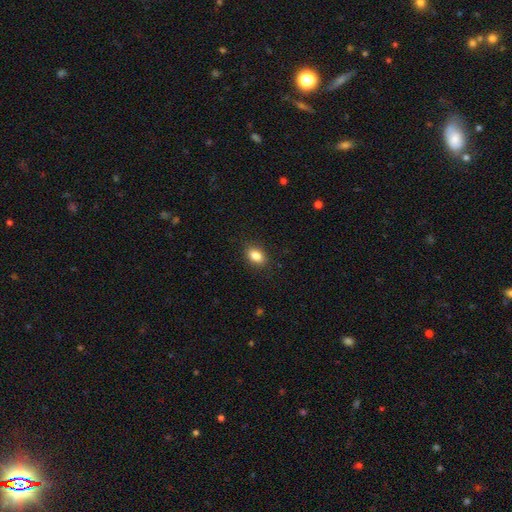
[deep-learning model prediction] A smooth galaxy with no disk features (85%) that is in between round and cigar-shaped (81%).

Vote fractions:
- Smooth or featured? smooth: 85% / star or artifact: 9% / featured or disk: 6%
- How rounded? in between: 81% / round: 17% / cigar-shaped: 2%
- Merging? none: 87% / minor disturbance: 9% / major disturbance: 2% / merger: 1%